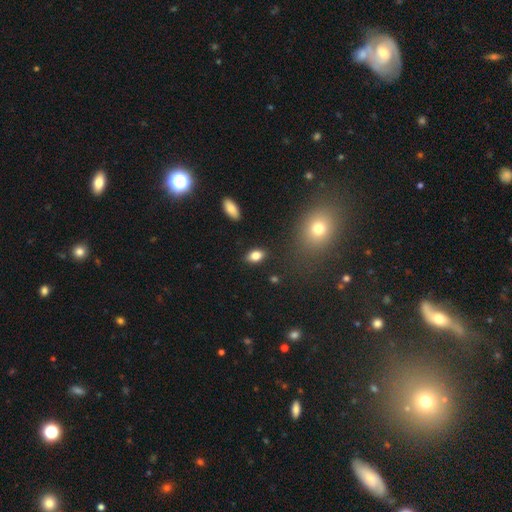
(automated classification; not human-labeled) Smooth or featured: smooth — 82% (star or artifact — 9%)
How rounded: in between — 86% (round — 11%)
Merging: none — 86% (minor disturbance — 9%)